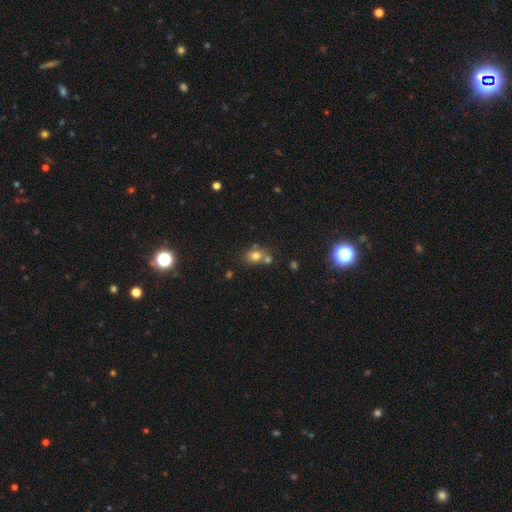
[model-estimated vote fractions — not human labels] smooth_or_featured: smooth (p=0.75) [alt: star or artifact p=0.14]
how_rounded: round (p=0.53) [alt: in between p=0.45]
merging: none (p=0.49) [alt: merger p=0.34]